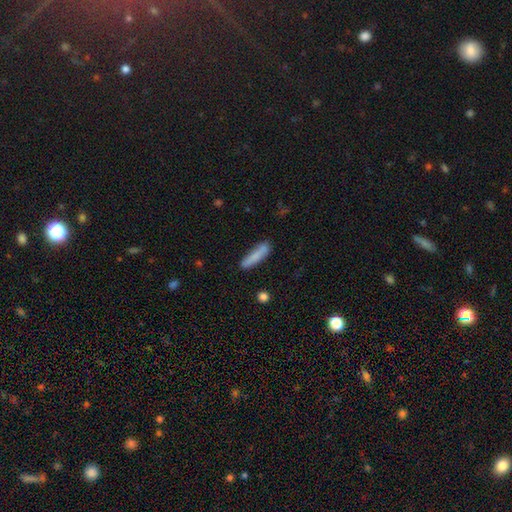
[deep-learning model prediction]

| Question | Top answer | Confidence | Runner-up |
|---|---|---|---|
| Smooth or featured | smooth | 82% | featured or disk (11%) |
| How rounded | cigar-shaped | 81% | in between (18%) |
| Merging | none | 78% | minor disturbance (16%) |